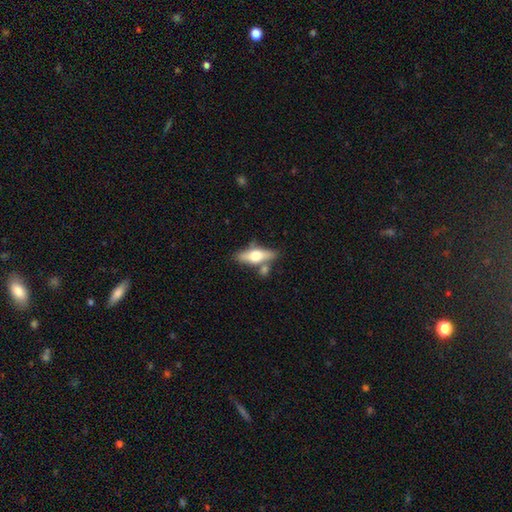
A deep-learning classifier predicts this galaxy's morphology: Smooth or featured: featured or disk — 49% (smooth — 44%)
Merging: none — 67% (merger — 15%)